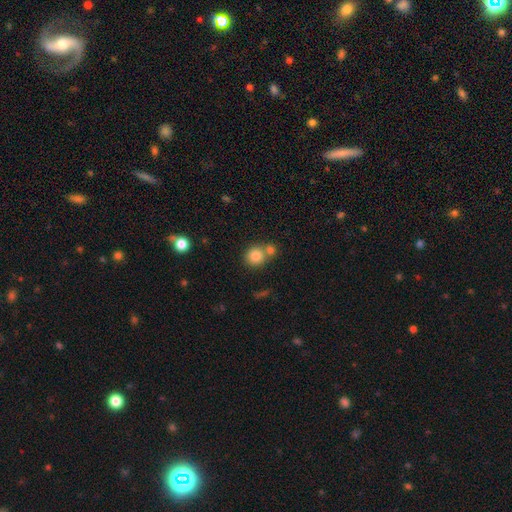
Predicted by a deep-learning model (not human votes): smooth-or-featured: smooth: 83% | star or artifact: 10% | featured or disk: 7%
  how-rounded: round: 87% | in between: 12% | cigar-shaped: 1%
  merging: none: 57% | merger: 32% | minor disturbance: 8% | major disturbance: 3%